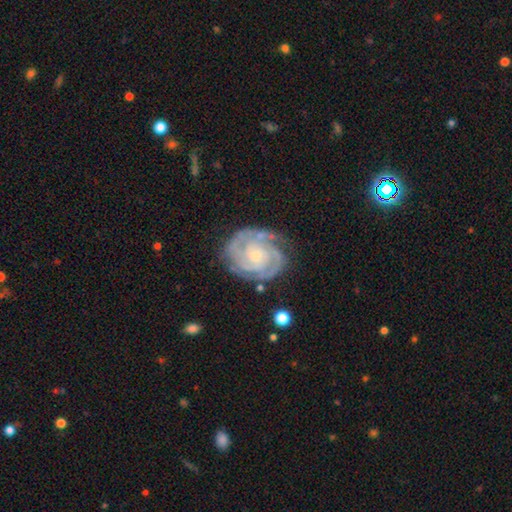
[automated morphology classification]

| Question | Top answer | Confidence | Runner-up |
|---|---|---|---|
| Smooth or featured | featured or disk | 90% | smooth (5%) |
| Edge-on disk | no | 98% | yes (2%) |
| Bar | no | 70% | weak (23%) |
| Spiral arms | yes | 98% | no (2%) |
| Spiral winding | tight | 75% | medium (22%) |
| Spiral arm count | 2 | 46% | 3 (28%) |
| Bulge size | small | 71% | moderate (24%) |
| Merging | none | 76% | minor disturbance (17%) |